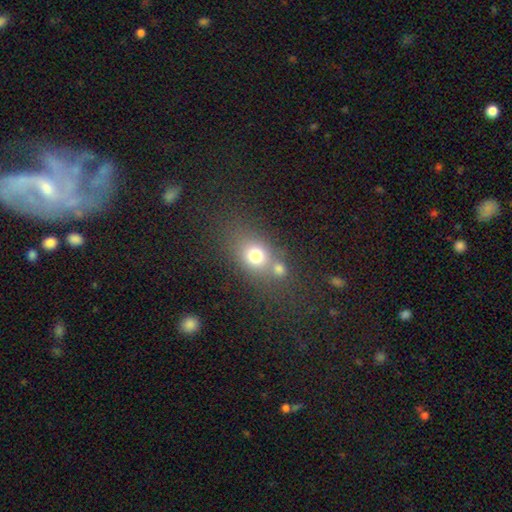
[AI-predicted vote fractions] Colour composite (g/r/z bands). It shows a smooth galaxy with no disk features (72%) that is round (51%). Merging: none (45%).